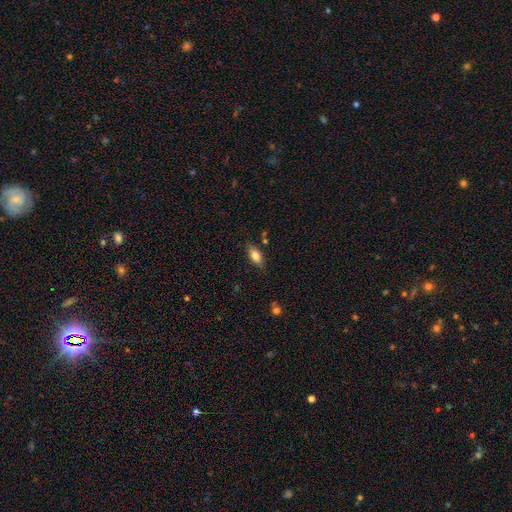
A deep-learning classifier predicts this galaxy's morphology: A smooth galaxy with no disk features (79%) that is in between round and cigar-shaped (86%). Merging: none (81%).